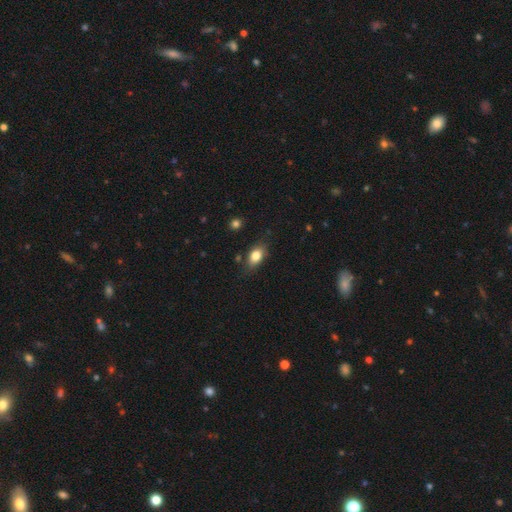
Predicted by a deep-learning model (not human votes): Smooth or featured? smooth (81%)
How rounded? in between (84%)
Merging? none (77%)